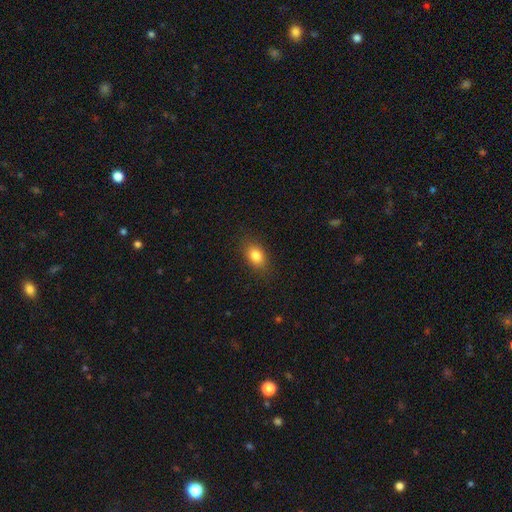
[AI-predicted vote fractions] smooth-or-featured: smooth: 83% | star or artifact: 9% | featured or disk: 7%
  how-rounded: in between: 80% | round: 17% | cigar-shaped: 2%
  merging: none: 85% | minor disturbance: 11% | major disturbance: 3% | merger: 1%